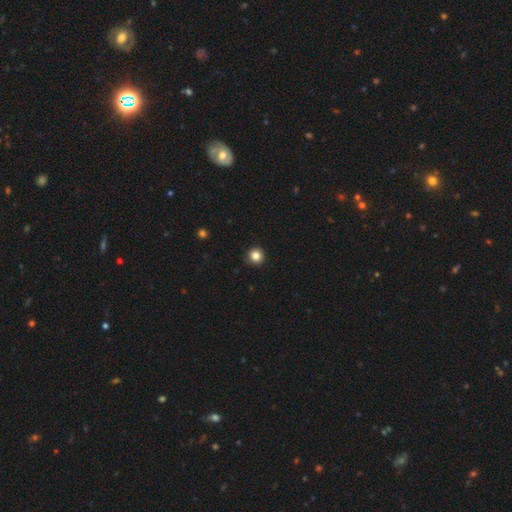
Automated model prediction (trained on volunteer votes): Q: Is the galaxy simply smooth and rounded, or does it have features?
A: smooth — 84%.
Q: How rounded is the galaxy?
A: round — 95%.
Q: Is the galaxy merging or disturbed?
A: none — 92%.